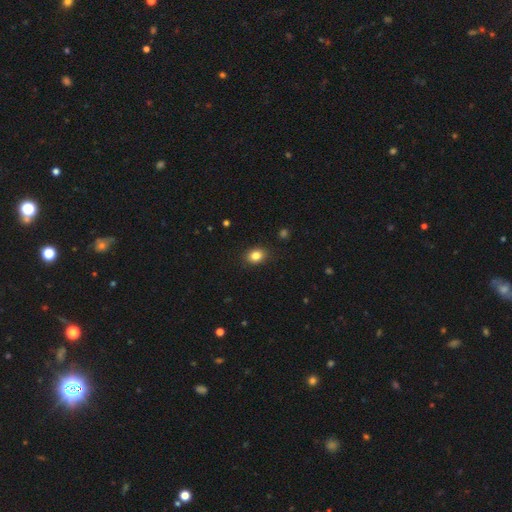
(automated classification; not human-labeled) This appears to be a smooth galaxy with no disk features (83%) that is in between round and cigar-shaped (59%). Merging: none (88%).